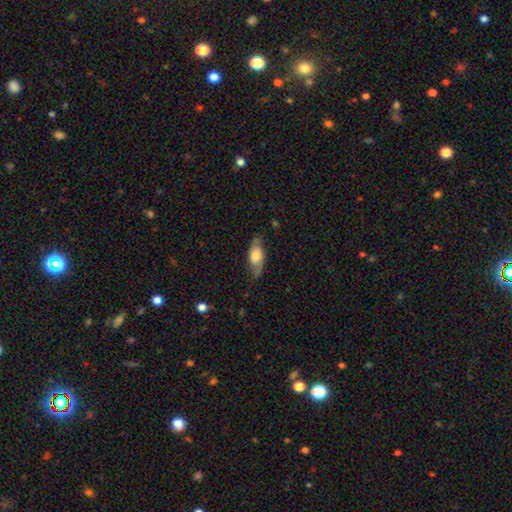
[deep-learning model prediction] Q: Smooth or featured?
A: smooth (57%); runner-up: featured or disk (37%)
Q: How rounded?
A: in between (77%); runner-up: cigar-shaped (20%)
Q: Merging?
A: none (73%); runner-up: minor disturbance (20%)